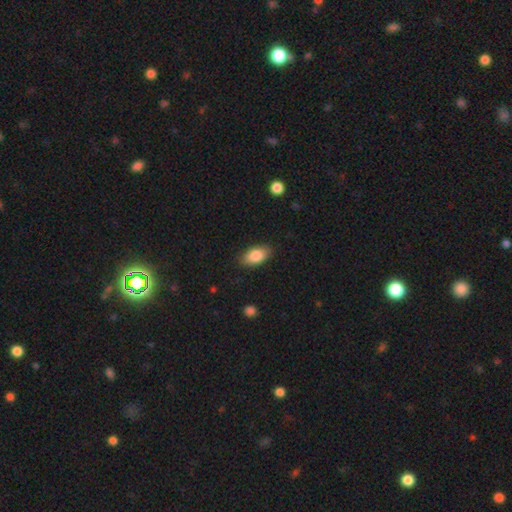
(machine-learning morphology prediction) Smooth or featured: smooth — 85% (featured or disk — 9%)
How rounded: in between — 93% (round — 4%)
Merging: none — 85% (minor disturbance — 11%)